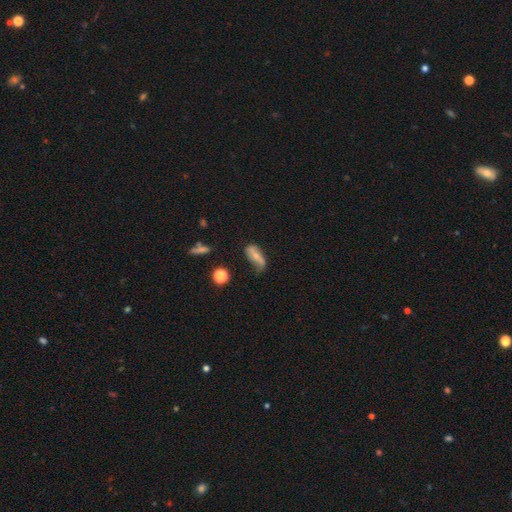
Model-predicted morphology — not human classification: This appears to be a smooth galaxy with no disk features (55%) that is in between round and cigar-shaped (75%). Merging: none (39%).